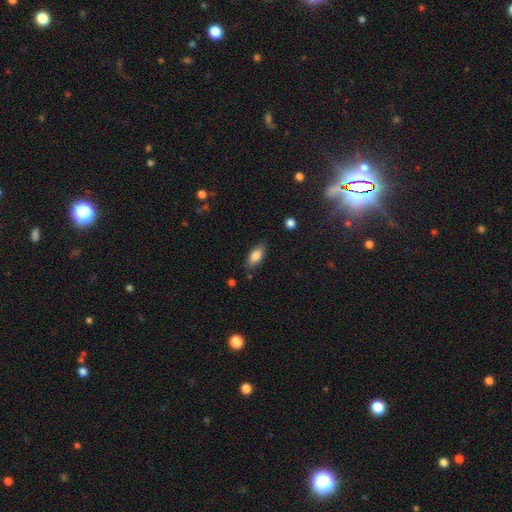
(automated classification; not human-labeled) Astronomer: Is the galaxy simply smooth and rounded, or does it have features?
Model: smooth — 81%.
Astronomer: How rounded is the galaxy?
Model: in between — 84%.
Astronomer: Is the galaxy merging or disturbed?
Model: none — 82%.